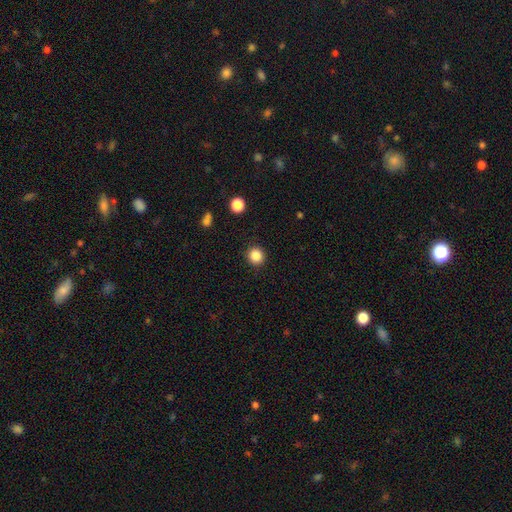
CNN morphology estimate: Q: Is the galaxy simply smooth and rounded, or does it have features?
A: smooth — 86%.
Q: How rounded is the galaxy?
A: round — 91%.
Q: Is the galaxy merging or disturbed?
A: none — 91%.